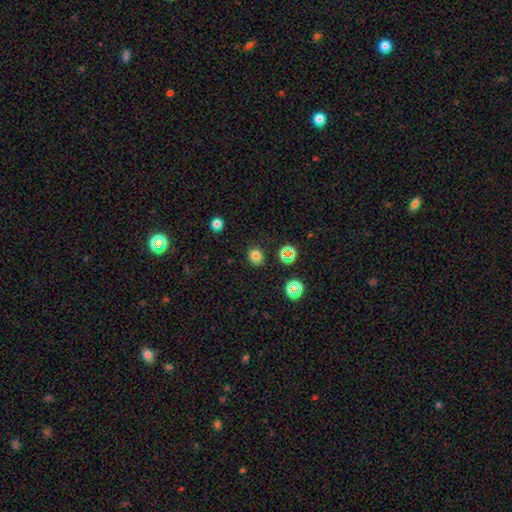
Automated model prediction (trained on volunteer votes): This is likely a smooth galaxy (78%). How rounded: likely round (72%). Merging: clearly none (87%).